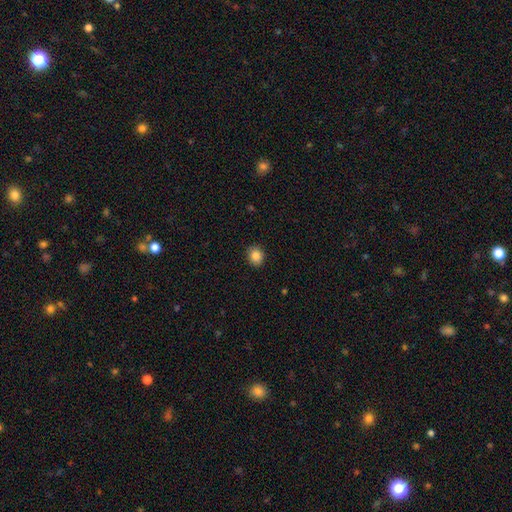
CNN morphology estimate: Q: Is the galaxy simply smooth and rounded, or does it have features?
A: smooth — 86%.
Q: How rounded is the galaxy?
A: round — 67%.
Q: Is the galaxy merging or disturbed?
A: none — 90%.